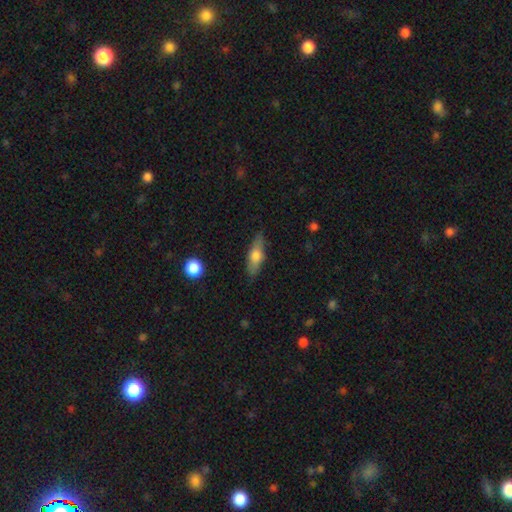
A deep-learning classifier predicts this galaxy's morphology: Smooth or featured? smooth (59%)
How rounded? in between (54%)
Merging? none (81%)